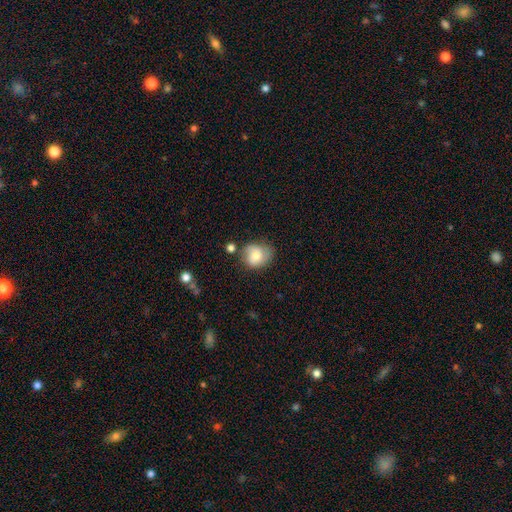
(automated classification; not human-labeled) The model was most divided on "how rounded": round: 64%, in between: 35%, cigar-shaped: 1%. More confident: smooth or featured — smooth (67%); merging — none (59%).